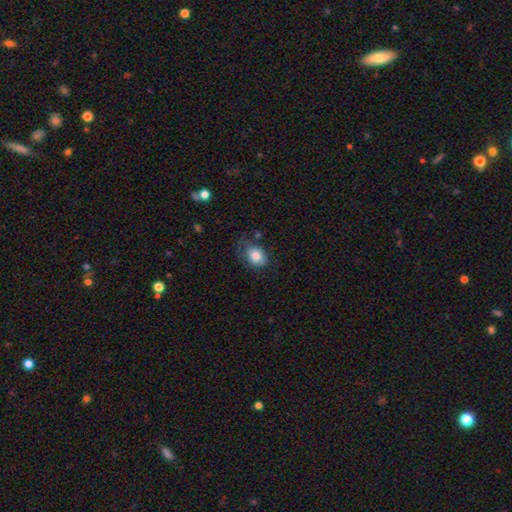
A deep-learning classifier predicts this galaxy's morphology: This appears to be a smooth galaxy with no disk features (80%) that is in between round and cigar-shaped (64%). Merging: none (48%).